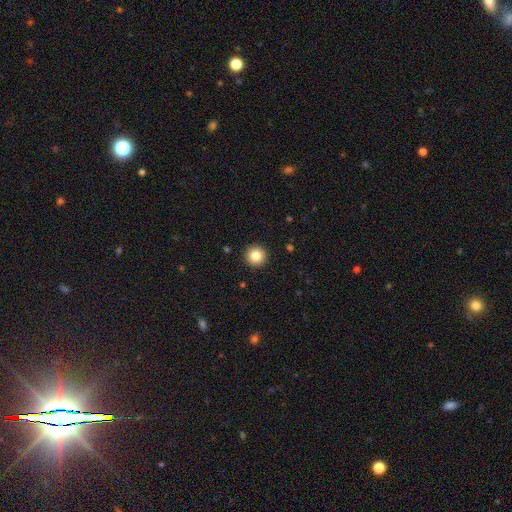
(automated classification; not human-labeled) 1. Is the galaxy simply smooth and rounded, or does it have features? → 84% smooth, 10% star or artifact, 6% featured or disk.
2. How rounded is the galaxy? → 96% round, 3% in between, 1% cigar-shaped.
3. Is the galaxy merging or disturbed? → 93% none, 5% minor disturbance, 2% major disturbance, 1% merger.